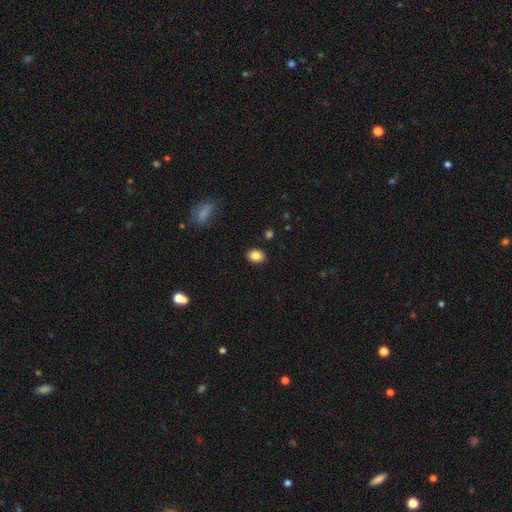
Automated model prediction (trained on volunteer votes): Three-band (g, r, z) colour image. It shows a smooth galaxy with no disk features (85%) that is in between round and cigar-shaped (63%). Merging: none (88%).